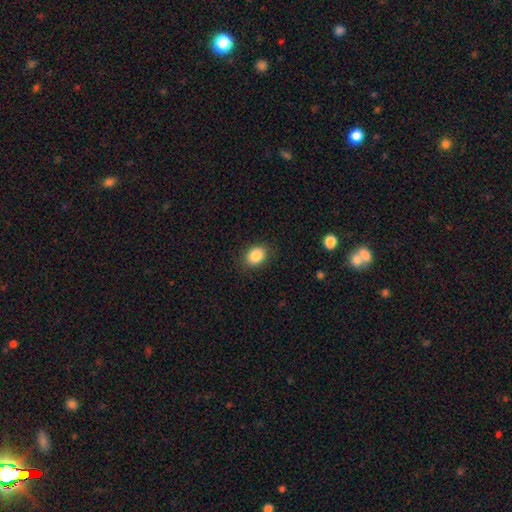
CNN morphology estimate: smooth 86%, star or artifact 9%, featured or disk 5%. Down the decision tree: how rounded — in between (64%); merging — none (87%).